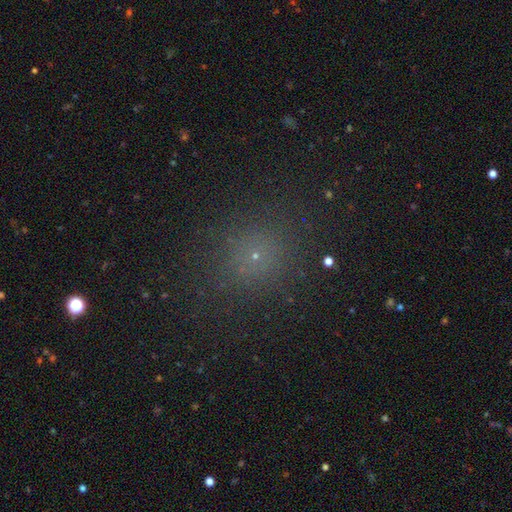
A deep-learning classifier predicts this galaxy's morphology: The model was most divided on "smooth or featured": smooth: 62%, star or artifact: 30%, featured or disk: 8%. More confident: how rounded — round (87%); merging — none (85%).